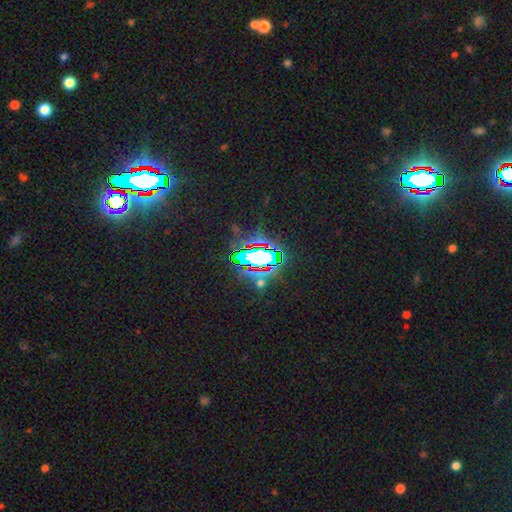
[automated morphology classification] Smooth or featured? star or artifact (70%)